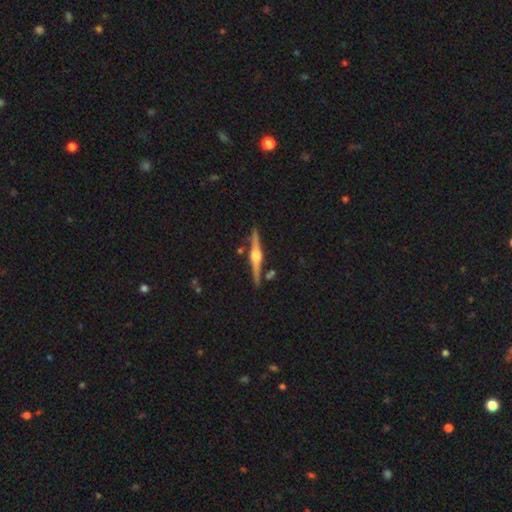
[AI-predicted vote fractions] Overall: featured or disk (86%). Edge-on disk: yes (98%). Edge-on bulge: rounded (93%). Merging: none (87%).